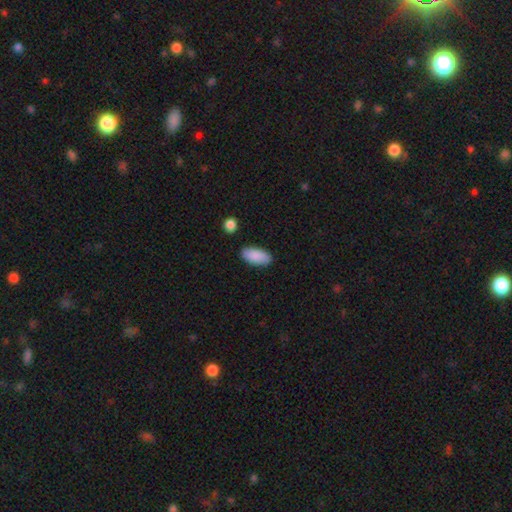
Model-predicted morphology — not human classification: smooth_or_featured: smooth (p=0.89) [alt: star or artifact p=0.06]
how_rounded: in between (p=0.91) [alt: cigar-shaped p=0.07]
merging: none (p=0.85) [alt: minor disturbance p=0.10]